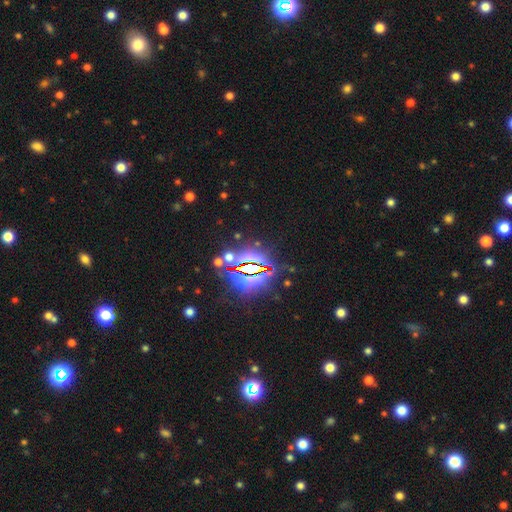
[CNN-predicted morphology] Smooth or featured? Predicted: star or artifact (p=0.84).